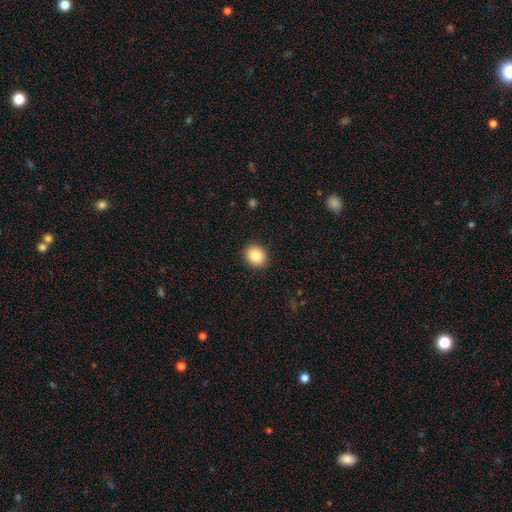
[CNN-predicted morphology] type=smooth (85%); roundness=round (69%); merging=none (91%).